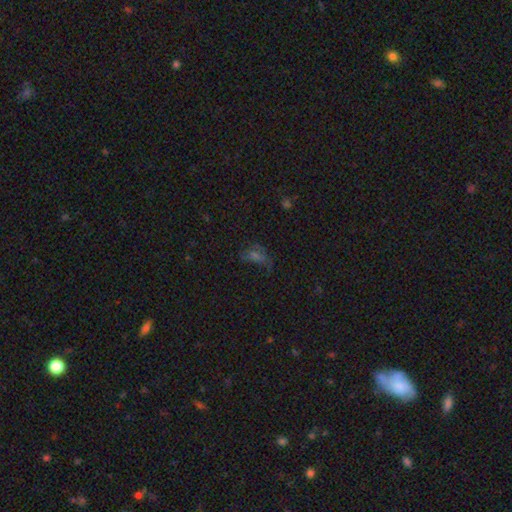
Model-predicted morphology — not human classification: Overall: smooth (40%; star or artifact 36%). Merging: none (42%; major disturbance 31%).